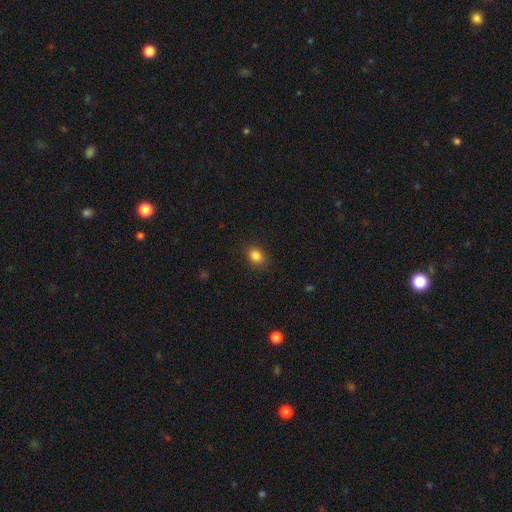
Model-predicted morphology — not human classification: The model was most divided on "how rounded": in between: 53%, round: 46%, cigar-shaped: 1%. More confident: merging — none (87%); smooth or featured — smooth (84%).